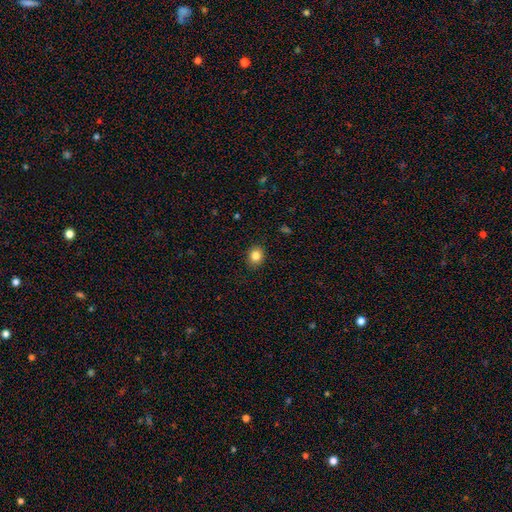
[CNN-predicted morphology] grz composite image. It shows a smooth galaxy with no disk features (83%) that is round (70%). Merging: none (90%).